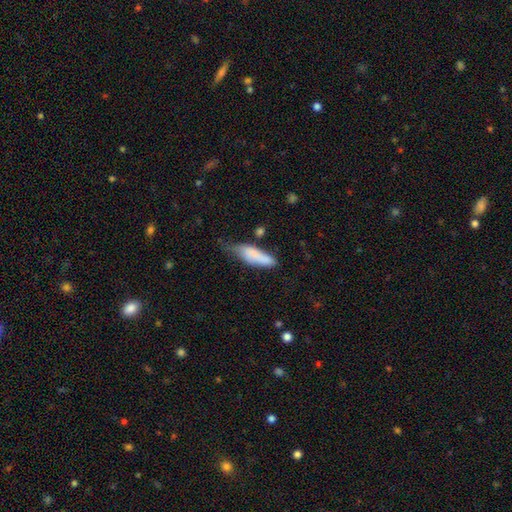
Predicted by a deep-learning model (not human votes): This is likely a smooth galaxy (79%). How rounded: possibly in between (49%, tied with cigar-shaped). Merging: marginally minor disturbance (42%).